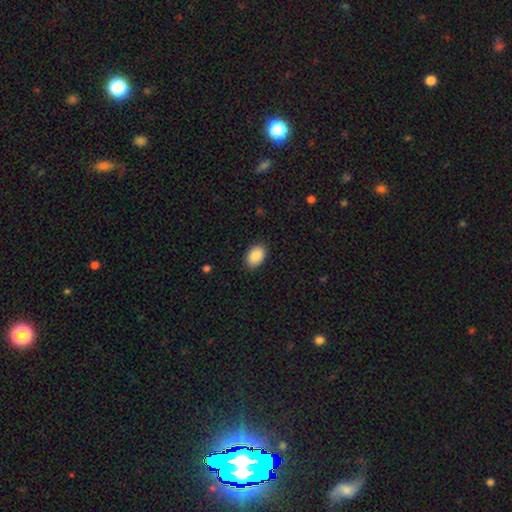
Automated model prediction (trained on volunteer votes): Smooth or featured: smooth — 90% (star or artifact — 7%)
How rounded: in between — 87% (round — 12%)
Merging: none — 88% (minor disturbance — 9%)